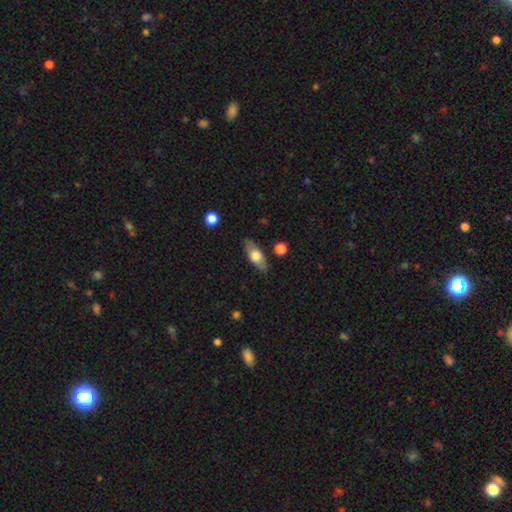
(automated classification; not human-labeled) This appears to be a smooth galaxy with no disk features (60%) that is in between round and cigar-shaped (73%). Merging: none (82%).